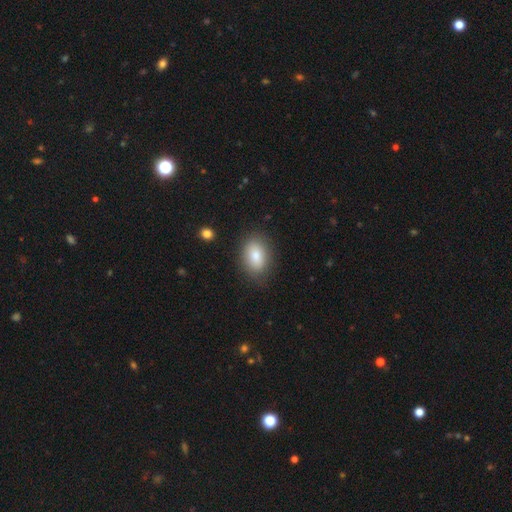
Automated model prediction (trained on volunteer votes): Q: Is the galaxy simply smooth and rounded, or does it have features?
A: smooth — 82%.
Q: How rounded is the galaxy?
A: in between — 85%.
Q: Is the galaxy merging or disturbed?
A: none — 82%.